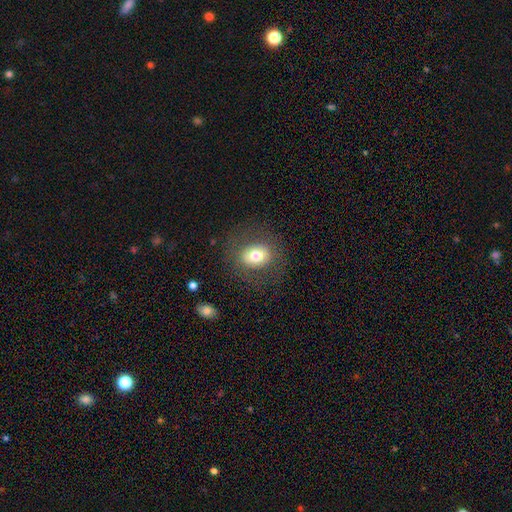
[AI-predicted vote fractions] This is likely a smooth galaxy (70%). How rounded: possibly round (54%). Merging: likely none (79%).